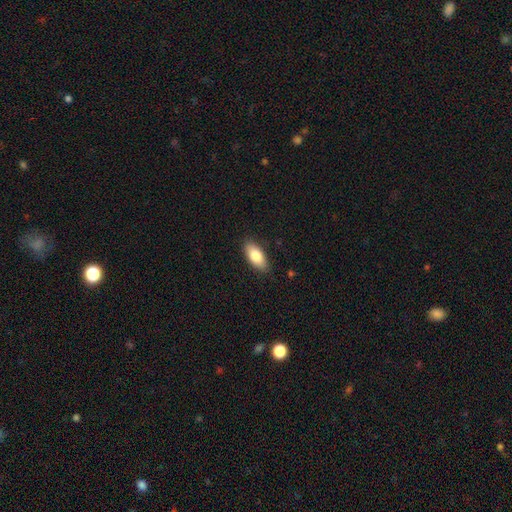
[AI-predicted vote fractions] smooth_or_featured: smooth (p=0.81) [alt: featured or disk p=0.12]
how_rounded: in between (p=0.88) [alt: cigar-shaped p=0.10]
merging: none (p=0.87) [alt: minor disturbance p=0.10]